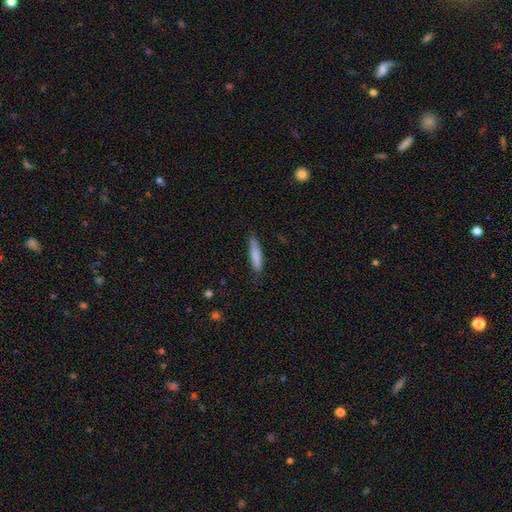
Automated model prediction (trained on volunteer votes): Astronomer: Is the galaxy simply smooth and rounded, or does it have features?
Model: smooth — 82%.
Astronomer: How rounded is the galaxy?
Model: cigar-shaped — 78%.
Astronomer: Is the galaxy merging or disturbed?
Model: none — 79%.